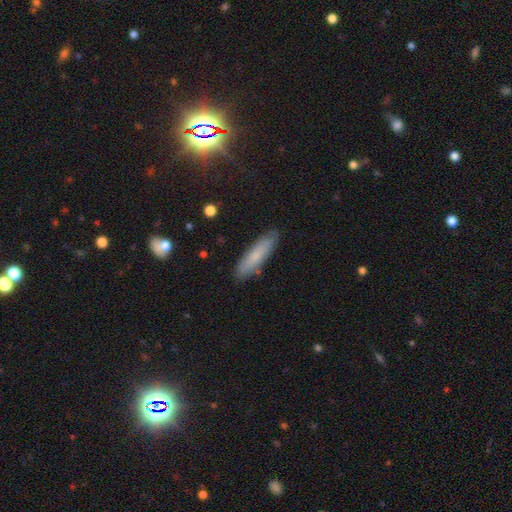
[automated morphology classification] smooth_or_featured: smooth (p=0.72) [alt: featured or disk p=0.21]
how_rounded: cigar-shaped (p=0.75) [alt: in between p=0.23]
merging: none (p=0.86) [alt: minor disturbance p=0.11]